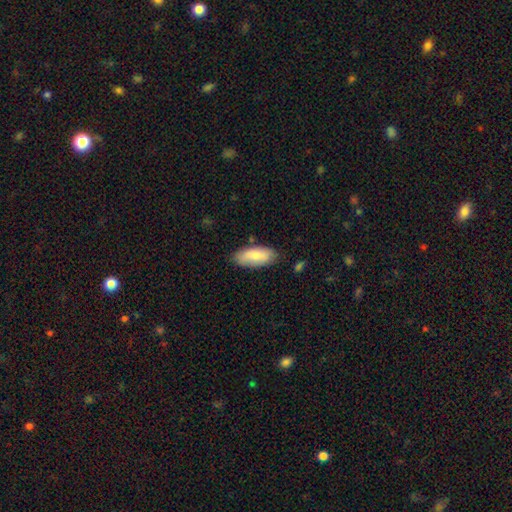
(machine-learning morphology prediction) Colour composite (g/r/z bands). It shows a smooth galaxy with no disk features (78%) that is in between round and cigar-shaped (84%). Merging: none (79%).